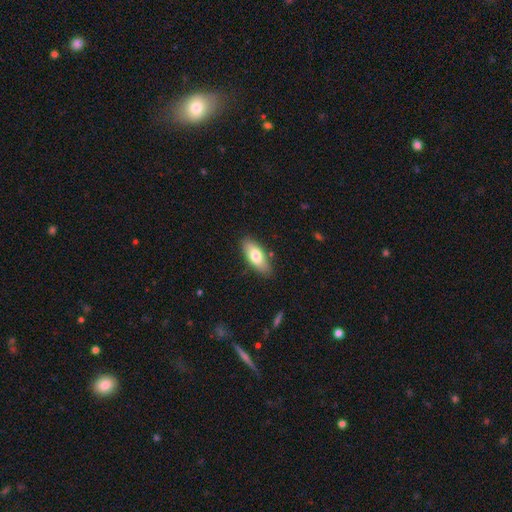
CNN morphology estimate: Smooth or featured: smooth — 74% (featured or disk — 20%)
How rounded: in between — 81% (cigar-shaped — 16%)
Merging: none — 84% (minor disturbance — 12%)